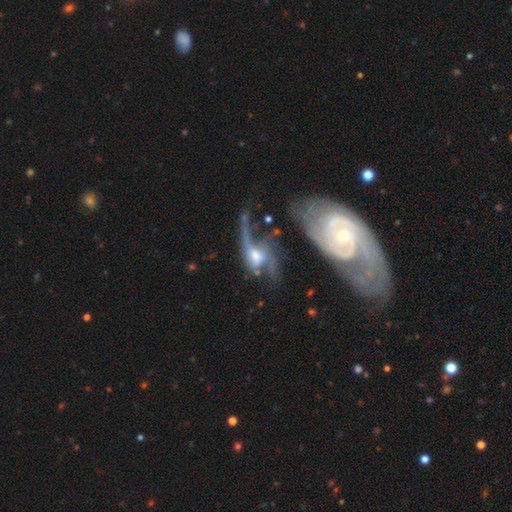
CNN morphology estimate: This appears to be a featured or disk galaxy (77%) with no bar (58%), 2 (49%) loose (73%) spiral arms (83%) and a moderate central bulge (54%). Merging: major disturbance (37%).